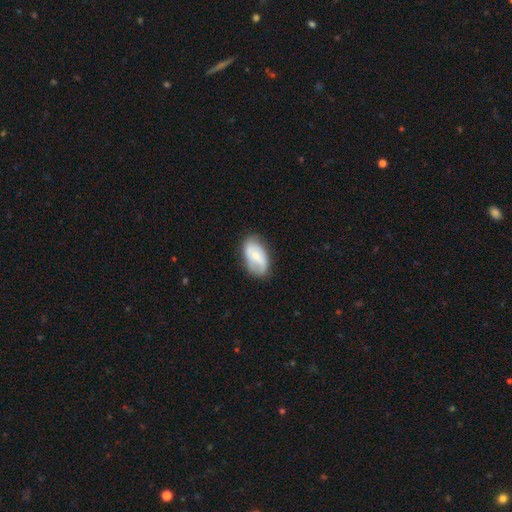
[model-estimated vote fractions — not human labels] Smooth or featured? smooth (58%)
How rounded? in between (92%)
Merging? none (68%)